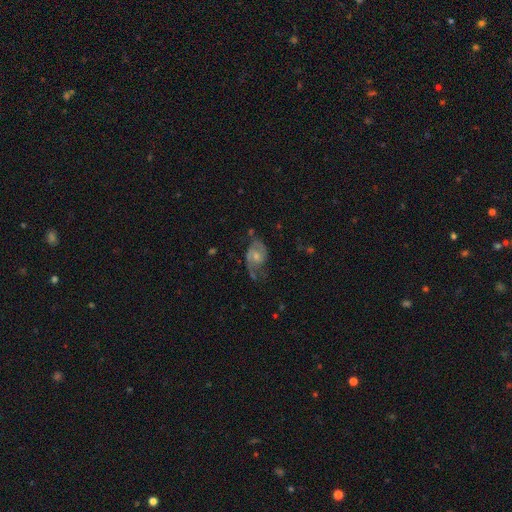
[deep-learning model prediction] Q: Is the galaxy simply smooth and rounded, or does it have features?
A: featured or disk — 68%.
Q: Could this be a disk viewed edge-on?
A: no — 96%.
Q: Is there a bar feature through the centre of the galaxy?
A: no — 55%.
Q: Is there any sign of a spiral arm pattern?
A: yes — 86%.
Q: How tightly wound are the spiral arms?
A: medium — 44%.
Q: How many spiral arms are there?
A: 2 — 69%.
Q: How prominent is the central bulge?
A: moderate — 44%.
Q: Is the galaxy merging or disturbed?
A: none — 44%.